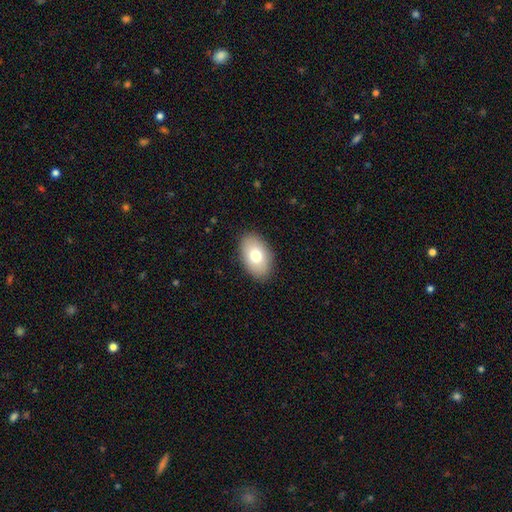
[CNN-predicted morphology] A smooth galaxy with no disk features (75%) that is in between round and cigar-shaped (91%). Merging: none (88%).